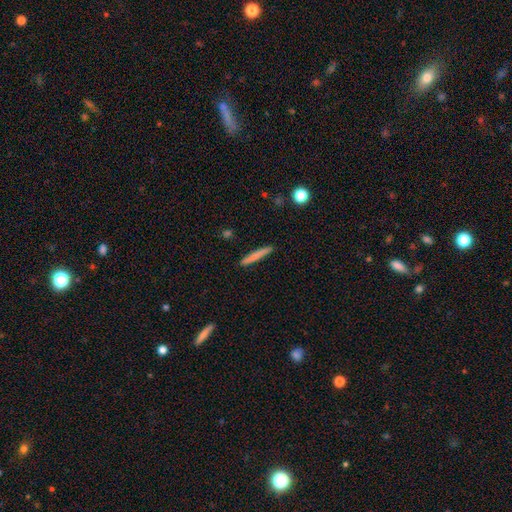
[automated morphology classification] smooth-or-featured: smooth: 74% | featured or disk: 20% | star or artifact: 6%
  how-rounded: cigar-shaped: 95% | in between: 3% | round: 2%
  merging: none: 89% | minor disturbance: 8% | major disturbance: 2% | merger: 2%